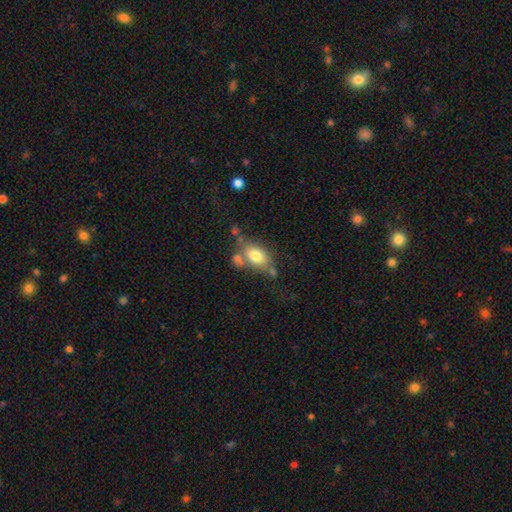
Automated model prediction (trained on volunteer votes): smooth 76%, featured or disk 16%, star or artifact 8%. Down the decision tree: how rounded — in between (81%); merging — none (50%).